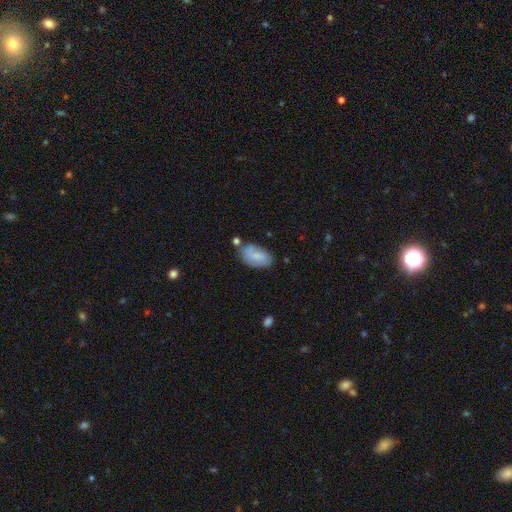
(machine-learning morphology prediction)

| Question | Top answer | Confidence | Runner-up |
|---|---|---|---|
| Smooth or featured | smooth | 76% | featured or disk (17%) |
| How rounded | in between | 94% | round (4%) |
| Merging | none | 64% | minor disturbance (22%) |